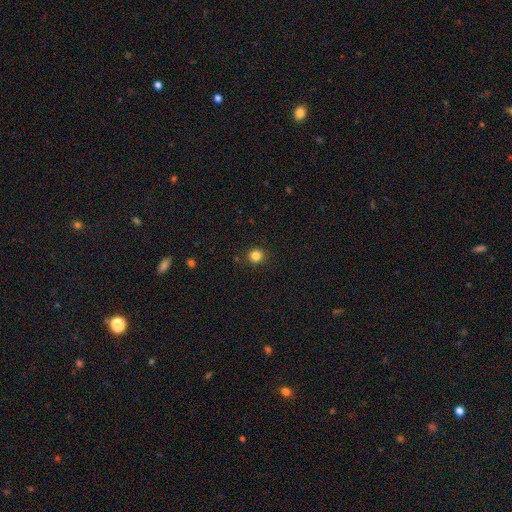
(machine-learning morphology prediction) Smooth or featured: smooth — 83% (star or artifact — 13%)
How rounded: round — 92% (in between — 7%)
Merging: none — 91% (minor disturbance — 6%)